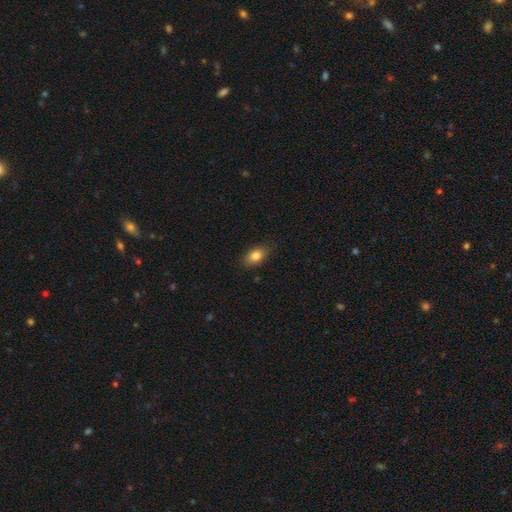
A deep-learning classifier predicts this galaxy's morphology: smooth_or_featured: smooth (p=0.83) [alt: featured or disk p=0.09]
how_rounded: in between (p=0.86) [alt: round p=0.11]
merging: none (p=0.82) [alt: minor disturbance p=0.14]